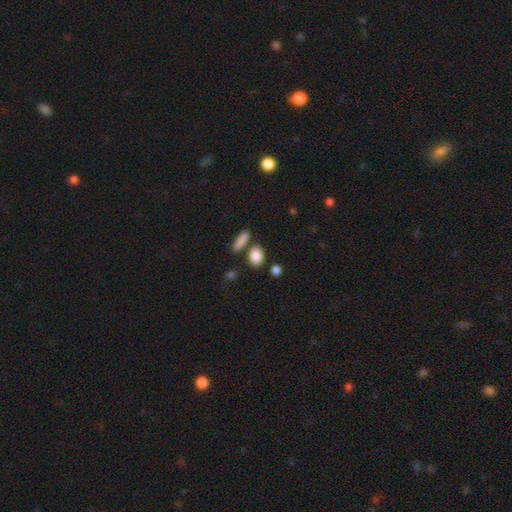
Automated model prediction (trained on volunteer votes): smooth 86%, star or artifact 8%, featured or disk 6%. Down the decision tree: how rounded — in between (65%); merging — none (74%).